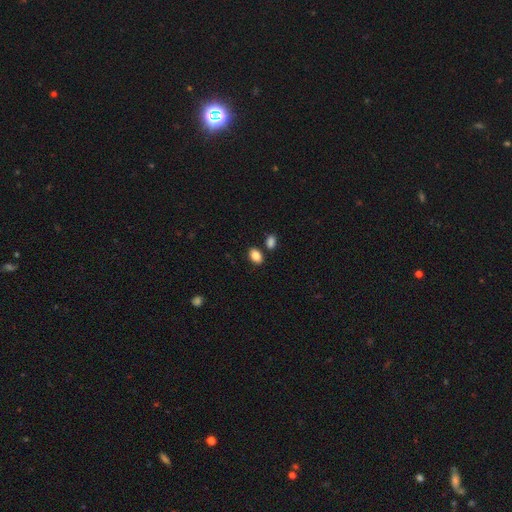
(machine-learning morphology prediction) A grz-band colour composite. It shows a smooth galaxy with no disk features (86%) that is in between round and cigar-shaped (83%). Merging: none (79%).